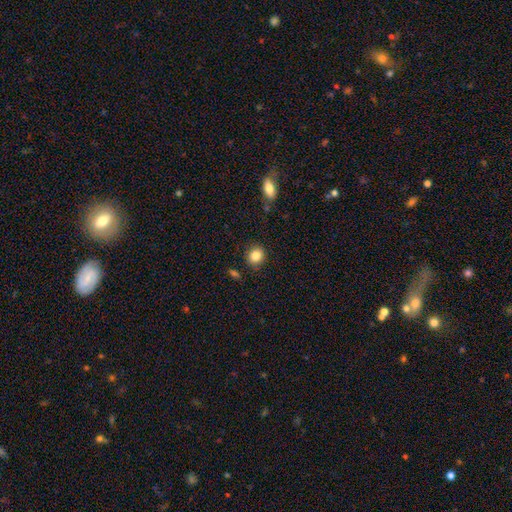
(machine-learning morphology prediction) type=smooth (85%); roundness=round (77%); merging=none (86%).